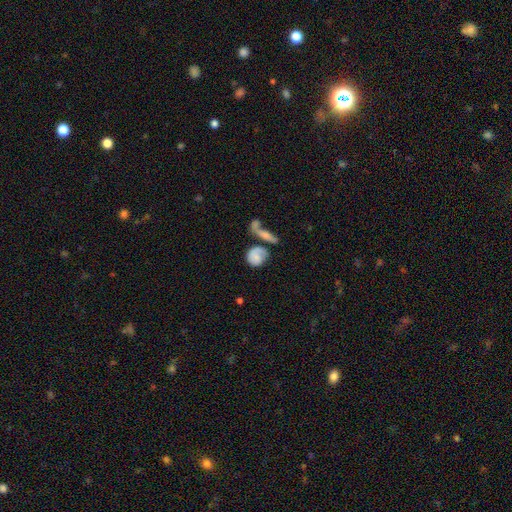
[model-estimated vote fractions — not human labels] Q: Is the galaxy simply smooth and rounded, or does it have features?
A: smooth — 63%.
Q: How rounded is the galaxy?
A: round — 63%.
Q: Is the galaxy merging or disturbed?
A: none — 34%, tied with merger.